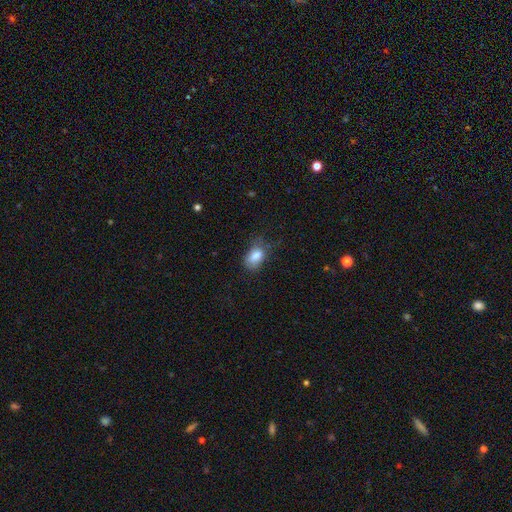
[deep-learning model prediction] smooth_or_featured: smooth (p=0.82) [alt: featured or disk p=0.10]
how_rounded: in between (p=0.87) [alt: round p=0.11]
merging: none (p=0.51) [alt: minor disturbance p=0.32]